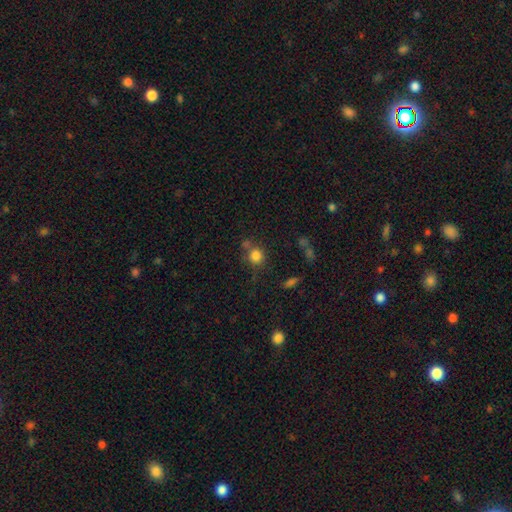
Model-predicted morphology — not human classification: This appears to be a smooth galaxy with no disk features (80%) that is round (85%). Merging: none (61%).